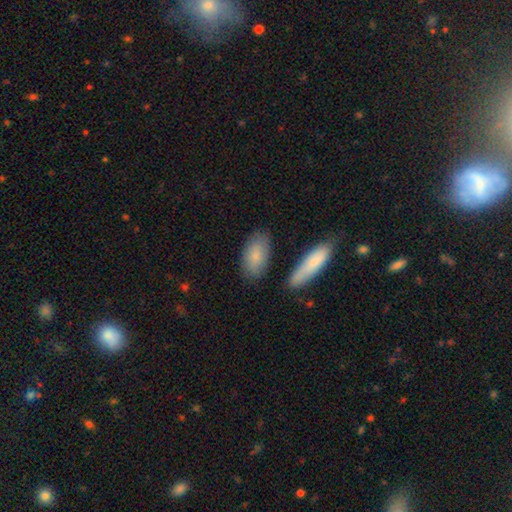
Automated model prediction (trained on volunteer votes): Smooth or featured? smooth (82%)
How rounded? in between (89%)
Merging? none (76%)